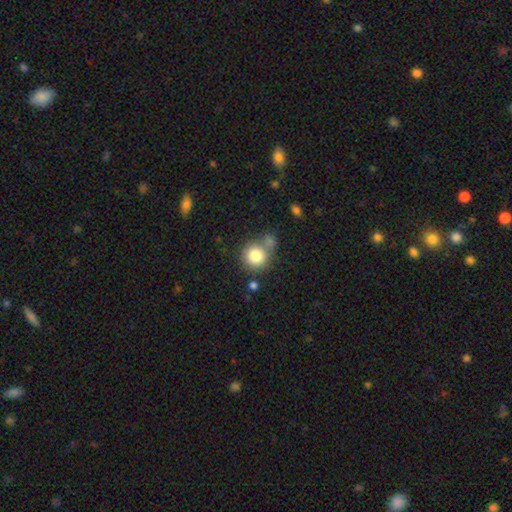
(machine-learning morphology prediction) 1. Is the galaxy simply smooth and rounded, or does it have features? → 82% smooth, 10% star or artifact, 9% featured or disk.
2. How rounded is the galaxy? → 90% round, 9% in between, 1% cigar-shaped.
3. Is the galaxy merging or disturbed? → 61% none, 20% merger, 13% minor disturbance, 5% major disturbance.